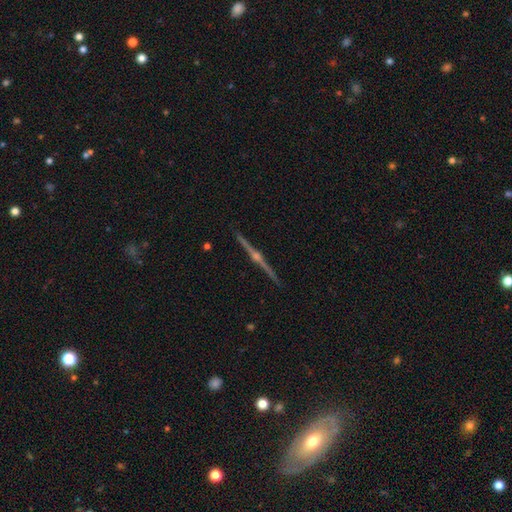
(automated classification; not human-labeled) This is clearly a featured or disk galaxy (90%). It is clearly viewed edge-on (99%). Edge-on bulge: clearly rounded (93%). Merging: clearly none (93%).